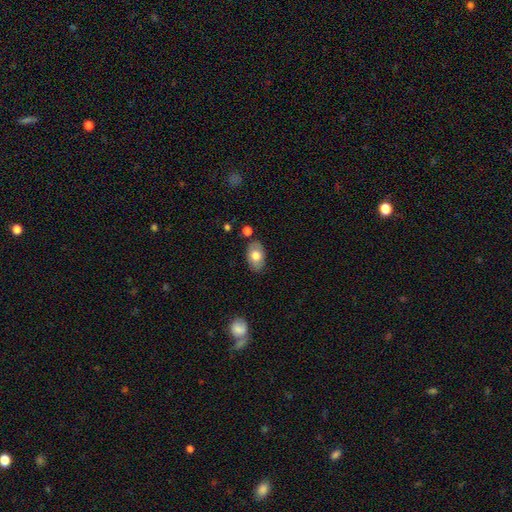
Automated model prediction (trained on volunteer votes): Overall: smooth (74%). How rounded: in between (90%). Merging: none (82%).